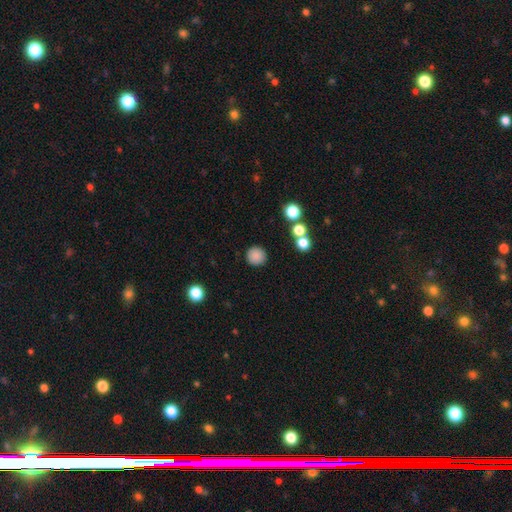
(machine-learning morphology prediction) This is clearly a smooth galaxy (85%). How rounded: clearly round (94%). Merging: clearly none (88%).